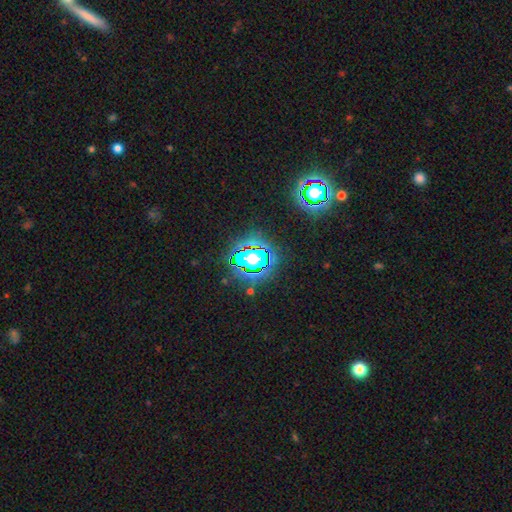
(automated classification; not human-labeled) The model was most divided on "smooth or featured": star or artifact: 63%, smooth: 24%, featured or disk: 13%.